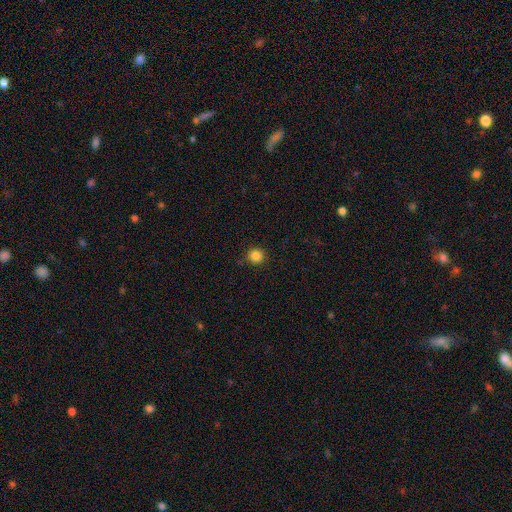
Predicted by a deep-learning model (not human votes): The model was most divided on "smooth or featured": smooth: 85%, star or artifact: 12%, featured or disk: 4%. More confident: how rounded — round (94%); merging — none (90%).